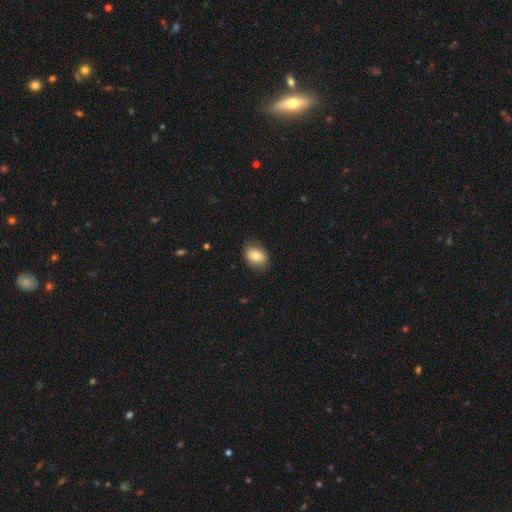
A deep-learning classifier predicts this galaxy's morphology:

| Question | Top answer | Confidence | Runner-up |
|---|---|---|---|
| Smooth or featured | smooth | 80% | featured or disk (13%) |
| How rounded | in between | 78% | round (21%) |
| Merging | none | 82% | minor disturbance (14%) |